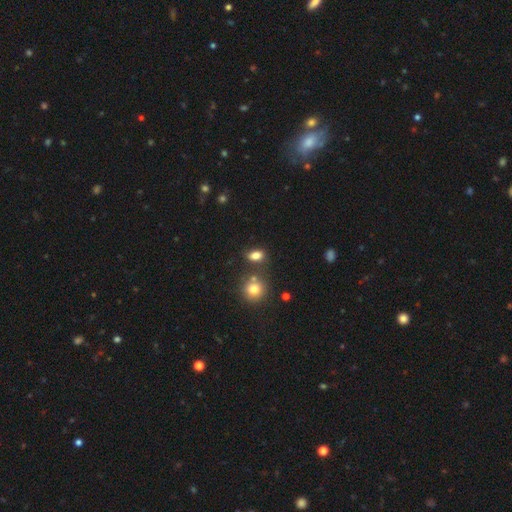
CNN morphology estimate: Smooth or featured? Predicted: smooth (p=0.81). How rounded? Predicted: in between (p=0.79). Merging? Predicted: none (p=0.68).